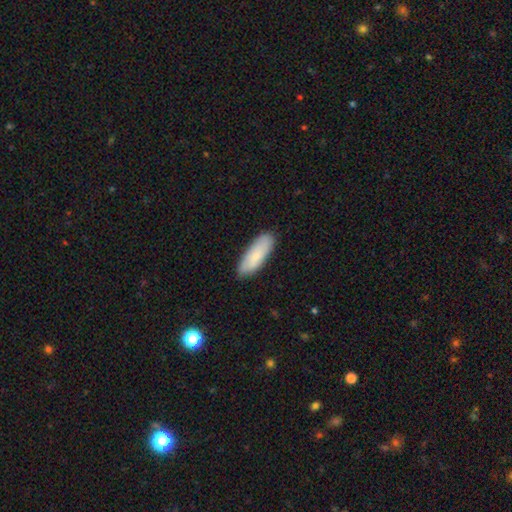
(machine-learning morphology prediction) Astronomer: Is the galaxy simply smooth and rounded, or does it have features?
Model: smooth — 83%.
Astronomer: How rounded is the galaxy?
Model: in between — 62%.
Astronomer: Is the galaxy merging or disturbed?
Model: none — 85%.